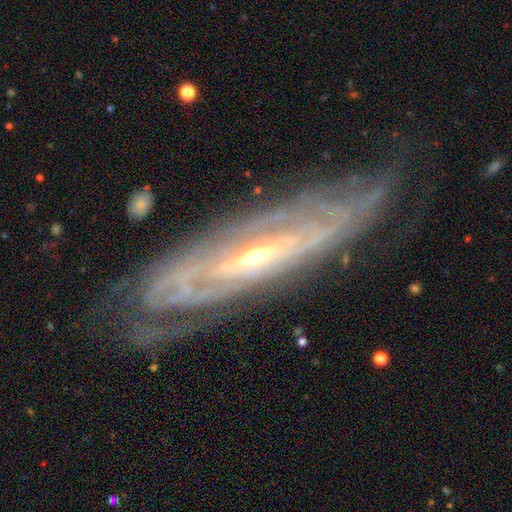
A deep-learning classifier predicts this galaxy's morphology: type=featured or disk (86%); edge-on=no (63%); bar=no (45%); spiral arms=yes (85%); bulge=small (55%); merging=none (73%).